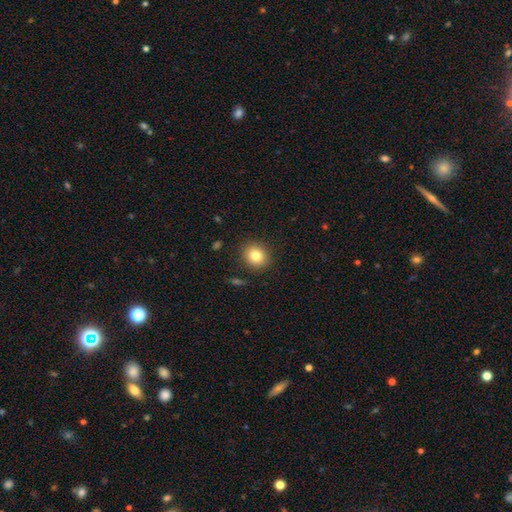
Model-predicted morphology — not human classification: smooth-or-featured: smooth: 81% | star or artifact: 10% | featured or disk: 8%
  how-rounded: round: 75% | in between: 24% | cigar-shaped: 1%
  merging: none: 88% | minor disturbance: 8% | major disturbance: 3% | merger: 2%